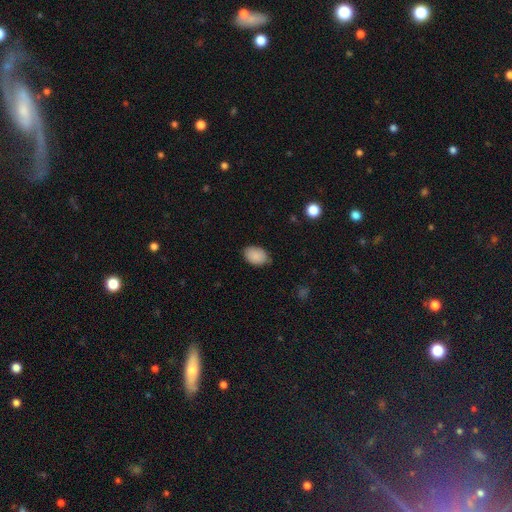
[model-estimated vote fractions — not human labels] The model was most divided on "merging": none: 77%, minor disturbance: 19%, major disturbance: 3%, merger: 1%. More confident: smooth or featured — smooth (89%); how rounded — in between (84%).